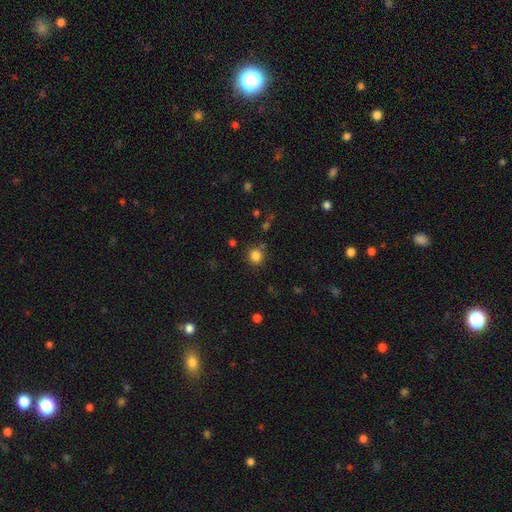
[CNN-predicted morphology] Smooth or featured? Predicted: smooth (p=0.83). How rounded? Predicted: round (p=0.91). Merging? Predicted: none (p=0.83).